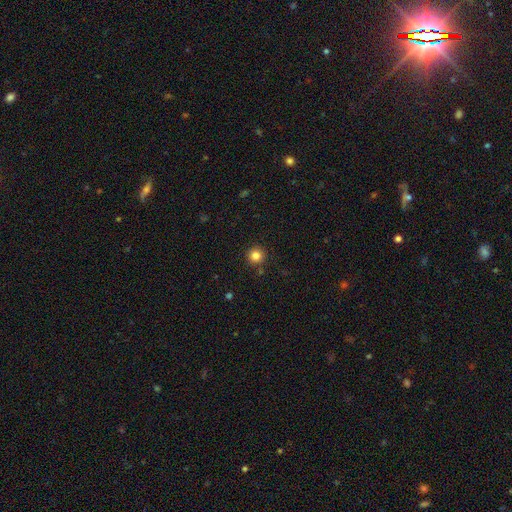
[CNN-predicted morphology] A smooth galaxy with no disk features (83%) that is round (95%). Merging: none (90%).